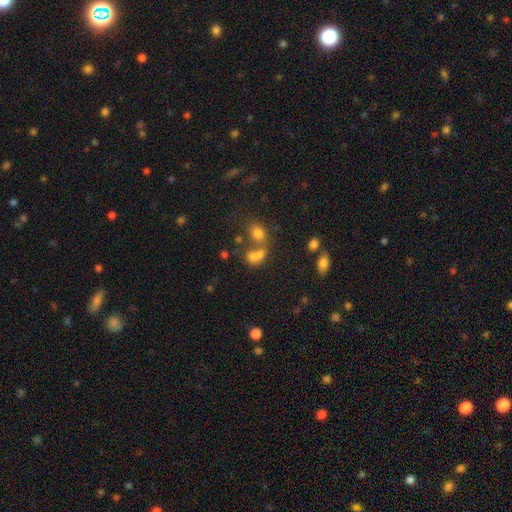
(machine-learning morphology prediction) This is likely a smooth galaxy (66%). How rounded: possibly in between (56%). Merging: possibly merger (51%).